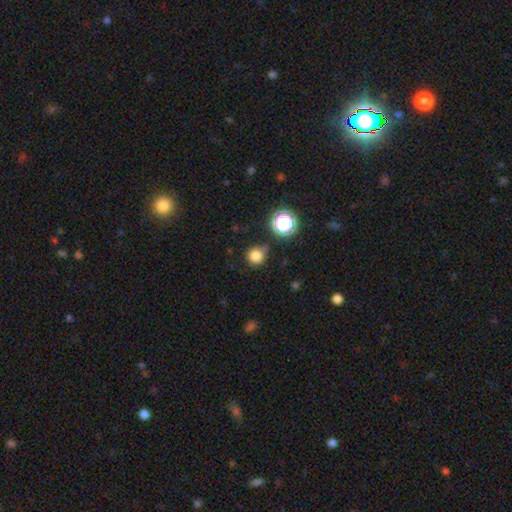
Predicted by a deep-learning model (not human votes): Smooth or featured? smooth (79%)
How rounded? round (92%)
Merging? none (72%)